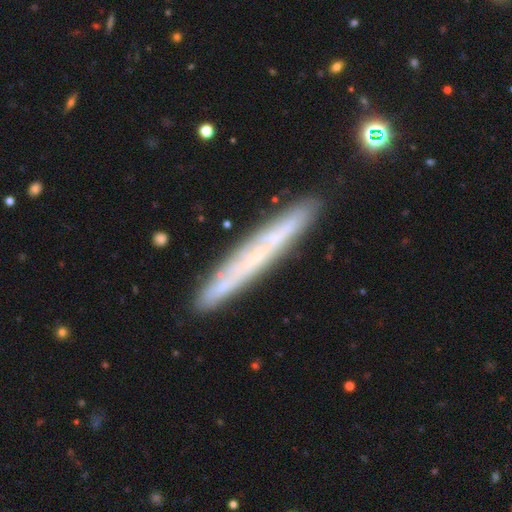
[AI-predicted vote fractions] Morphology: type=featured or disk (59%); edge-on=yes (84%); merging=none (87%).